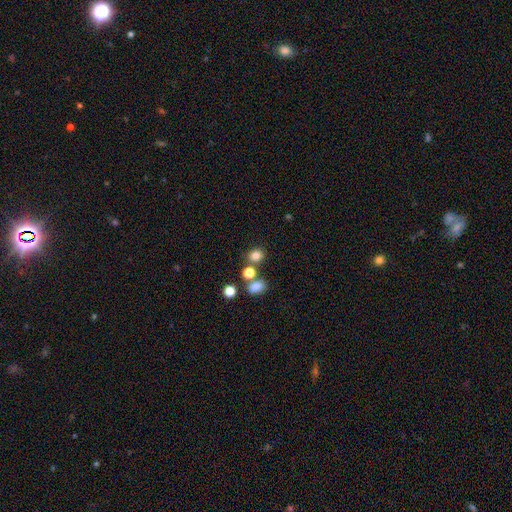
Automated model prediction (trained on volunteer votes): Overall: smooth (80%). How rounded: round (72%). Merging: none (70%).